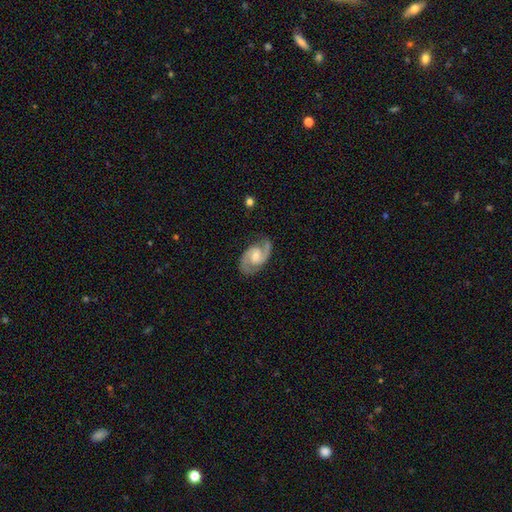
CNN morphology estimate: smooth_or_featured: featured or disk (p=0.91) [alt: smooth p=0.05]
disk_edge_on: no (p=0.98) [alt: yes p=0.02]
bar: weak (p=0.47) [alt: no p=0.41]
has_spiral_arms: yes (p=0.98) [alt: no p=0.02]
spiral_winding: medium (p=0.61) [alt: tight p=0.25]
spiral_arm_count: 2 (p=0.94) [alt: can't tell p=0.02]
bulge_size: moderate (p=0.52) [alt: small p=0.39]
merging: none (p=0.84) [alt: minor disturbance p=0.12]